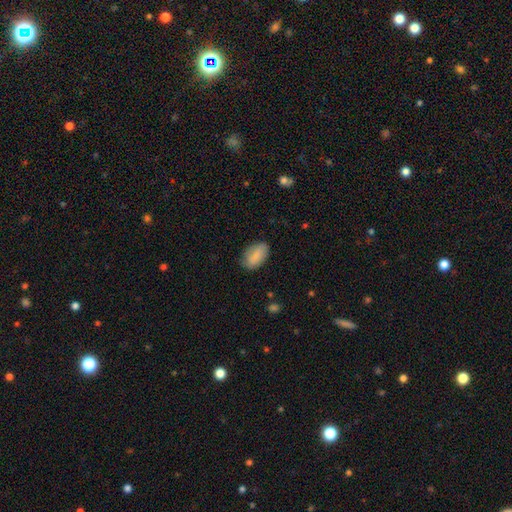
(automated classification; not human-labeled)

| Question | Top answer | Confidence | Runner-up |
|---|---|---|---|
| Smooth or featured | smooth | 85% | featured or disk (9%) |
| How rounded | in between | 93% | round (6%) |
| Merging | none | 77% | minor disturbance (18%) |